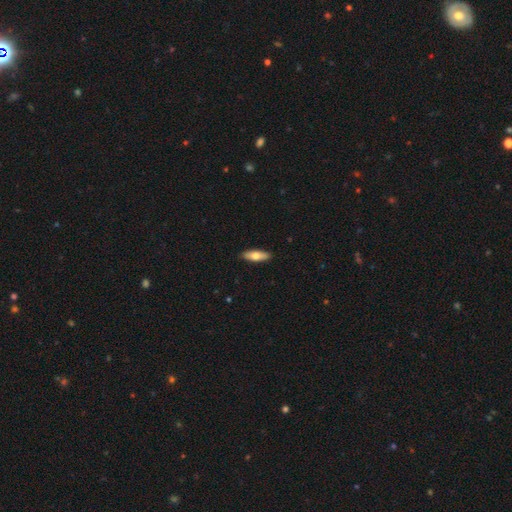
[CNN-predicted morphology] Smooth or featured? Predicted: smooth (p=0.68). How rounded? Predicted: in between (p=0.57). Merging? Predicted: none (p=0.90).